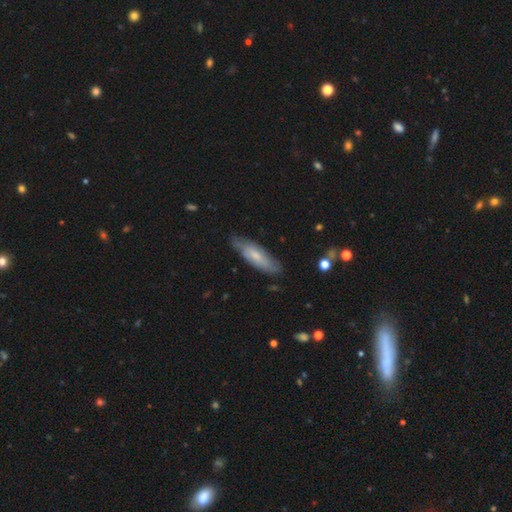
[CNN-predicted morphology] A smooth galaxy with no disk features (58%) that is cigar-shaped (52%).

Vote fractions:
- Smooth or featured? smooth: 58% / featured or disk: 36% / star or artifact: 6%
- How rounded? cigar-shaped: 52% / in between: 46% / round: 2%
- Merging? none: 77% / minor disturbance: 18% / major disturbance: 3% / merger: 1%